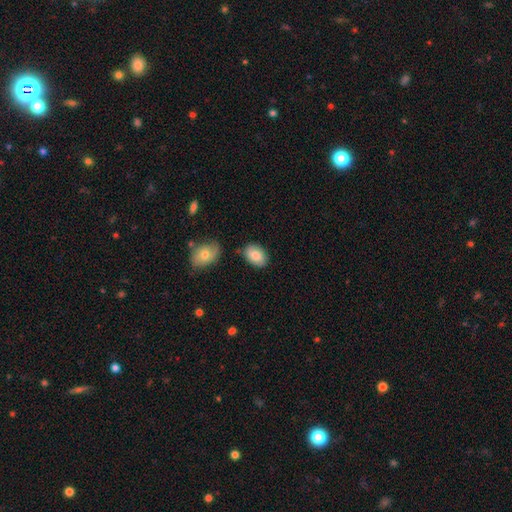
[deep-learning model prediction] This is clearly a smooth galaxy (84%). How rounded: clearly in between (88%). Merging: likely none (78%).